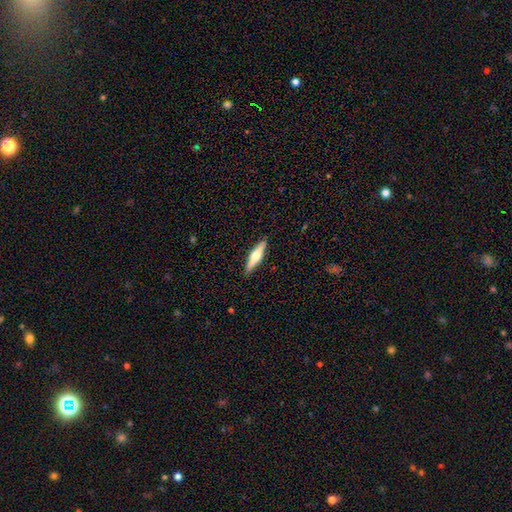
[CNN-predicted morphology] Smooth or featured: featured or disk — 58% (smooth — 37%)
Edge-on disk: yes — 96% (no — 4%)
Edge-on bulge: rounded — 94% (boxy — 4%)
Merging: none — 90% (minor disturbance — 7%)